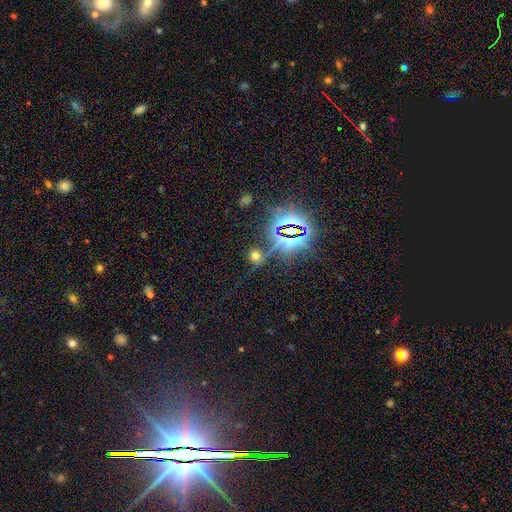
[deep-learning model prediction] Smooth or featured? star or artifact (48%)